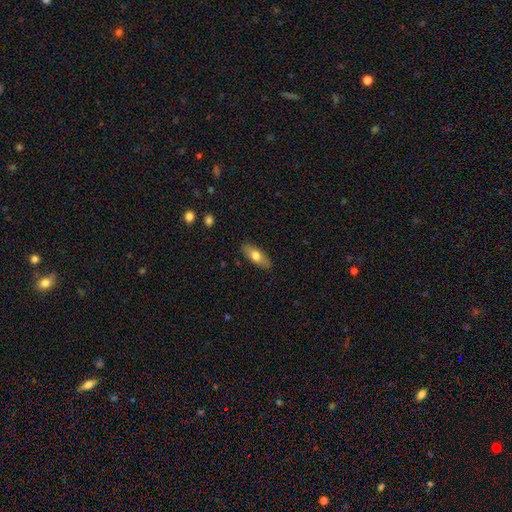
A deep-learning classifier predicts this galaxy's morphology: Smooth or featured? smooth (69%)
How rounded? in between (70%)
Merging? none (86%)